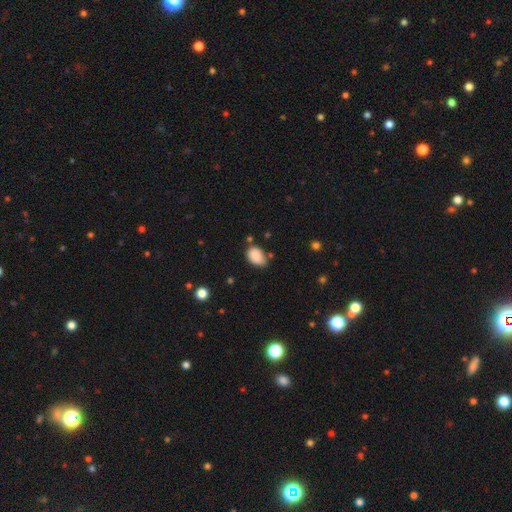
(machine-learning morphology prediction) A smooth galaxy with no disk features (87%) that is in between round and cigar-shaped (81%). Merging: none (62%).